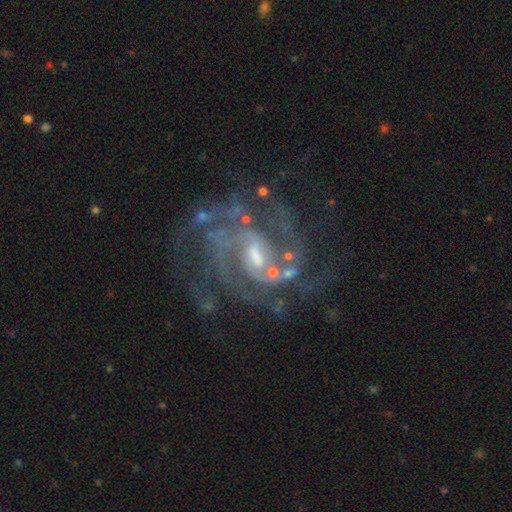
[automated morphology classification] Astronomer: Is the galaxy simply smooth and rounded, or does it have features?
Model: featured or disk — 91%.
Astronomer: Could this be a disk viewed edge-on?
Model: no — 98%.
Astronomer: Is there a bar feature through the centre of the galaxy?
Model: weak — 57%.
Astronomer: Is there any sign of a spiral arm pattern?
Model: yes — 98%.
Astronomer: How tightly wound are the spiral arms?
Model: medium — 48% (runner-up: tight, 42%).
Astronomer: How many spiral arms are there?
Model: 2 — 43% (runner-up: 3, 20%).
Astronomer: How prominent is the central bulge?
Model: moderate — 46% (runner-up: small, 42%).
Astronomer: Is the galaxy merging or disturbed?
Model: none — 66%.